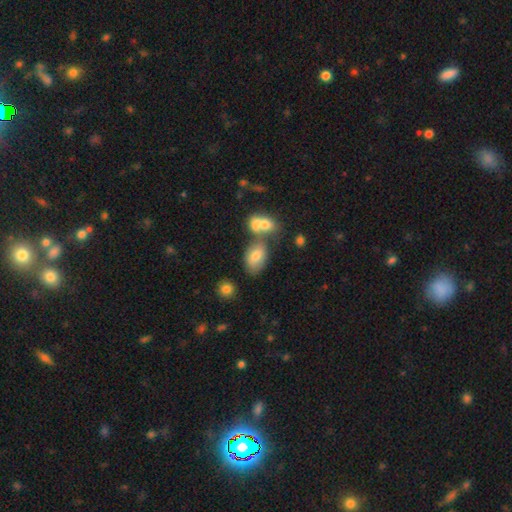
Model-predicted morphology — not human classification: Smooth or featured: smooth — 75% (featured or disk — 15%)
How rounded: in between — 88% (round — 11%)
Merging: none — 47% (merger — 31%)